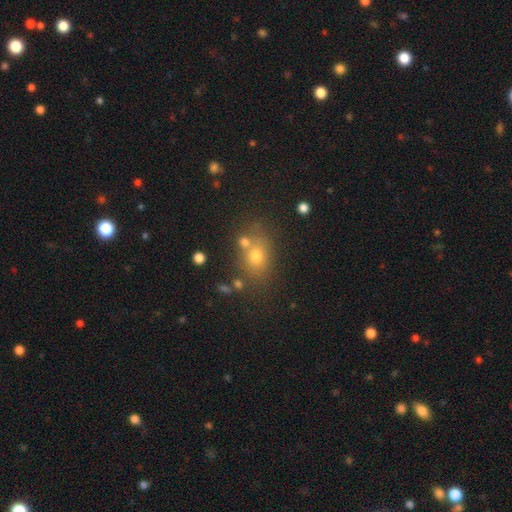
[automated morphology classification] Q: Smooth or featured?
A: smooth (67%); runner-up: star or artifact (19%)
Q: How rounded?
A: round (51%); runner-up: in between (47%)
Q: Merging?
A: none (64%); runner-up: merger (19%)